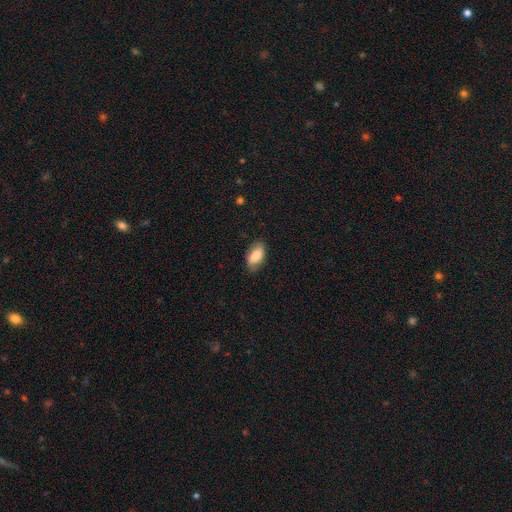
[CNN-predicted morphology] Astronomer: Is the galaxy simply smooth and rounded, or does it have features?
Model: smooth — 82%.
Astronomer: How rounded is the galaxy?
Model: in between — 93%.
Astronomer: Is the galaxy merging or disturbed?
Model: none — 82%.